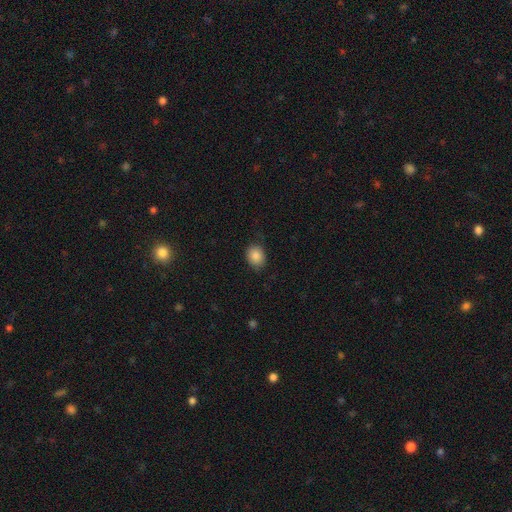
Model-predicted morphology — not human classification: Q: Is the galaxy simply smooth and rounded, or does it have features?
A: smooth — 87%.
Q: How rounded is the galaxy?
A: in between — 50%.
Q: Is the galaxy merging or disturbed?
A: none — 80%.